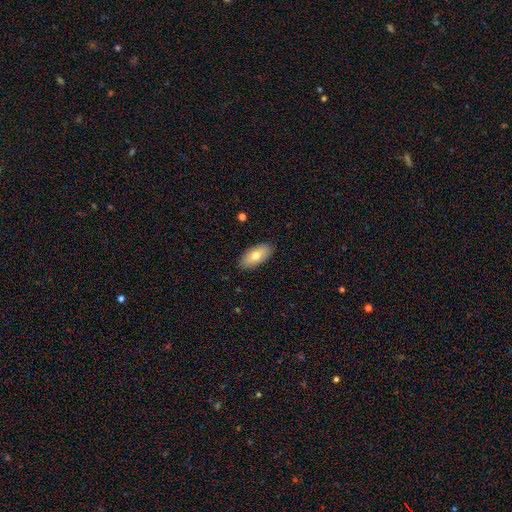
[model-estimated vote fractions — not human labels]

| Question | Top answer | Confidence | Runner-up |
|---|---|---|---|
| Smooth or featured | smooth | 71% | featured or disk (23%) |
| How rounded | in between | 91% | cigar-shaped (6%) |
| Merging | none | 88% | minor disturbance (9%) |